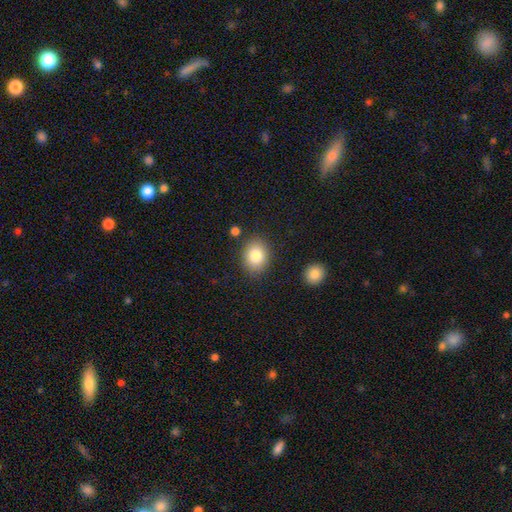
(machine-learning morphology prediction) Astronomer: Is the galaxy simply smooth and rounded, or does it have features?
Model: smooth — 83%.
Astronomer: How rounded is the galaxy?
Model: in between — 51% (runner-up: round, 48%).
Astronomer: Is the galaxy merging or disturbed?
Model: none — 84%.